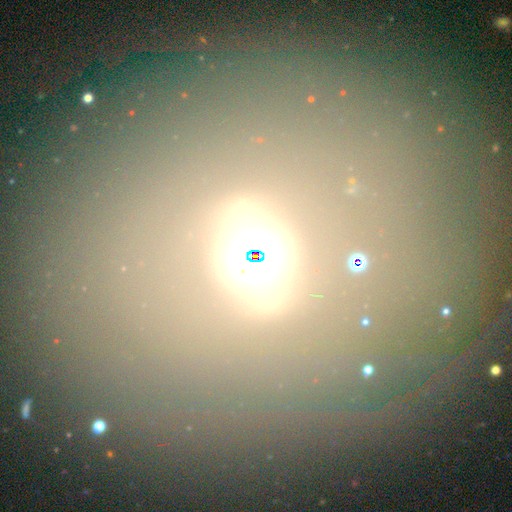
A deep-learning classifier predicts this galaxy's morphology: Smooth or featured? Predicted: smooth (p=0.38, tied with star or artifact). Merging? Predicted: none (p=0.79).